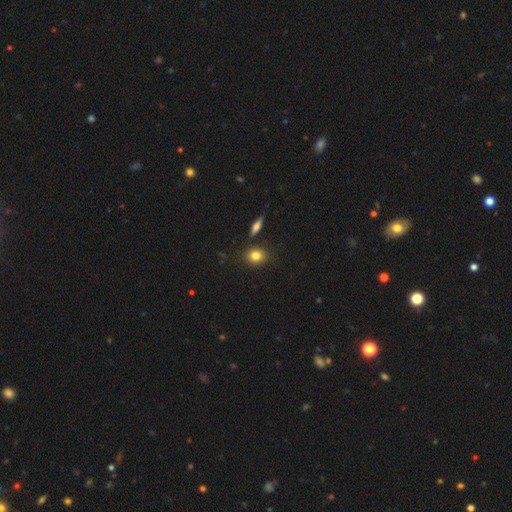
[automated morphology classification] smooth-or-featured: smooth: 82% | star or artifact: 10% | featured or disk: 8%
  how-rounded: round: 65% | in between: 33% | cigar-shaped: 2%
  merging: none: 83% | minor disturbance: 9% | merger: 6% | major disturbance: 2%